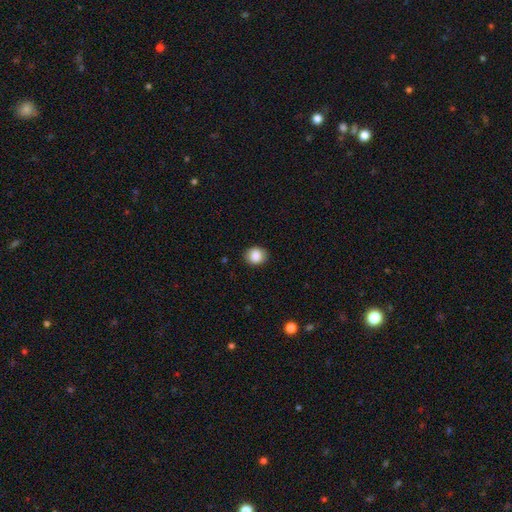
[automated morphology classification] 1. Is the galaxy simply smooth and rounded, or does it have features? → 87% smooth, 9% star or artifact, 4% featured or disk.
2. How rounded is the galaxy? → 74% round, 25% in between, 1% cigar-shaped.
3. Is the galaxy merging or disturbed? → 88% none, 9% minor disturbance, 2% major disturbance, 1% merger.